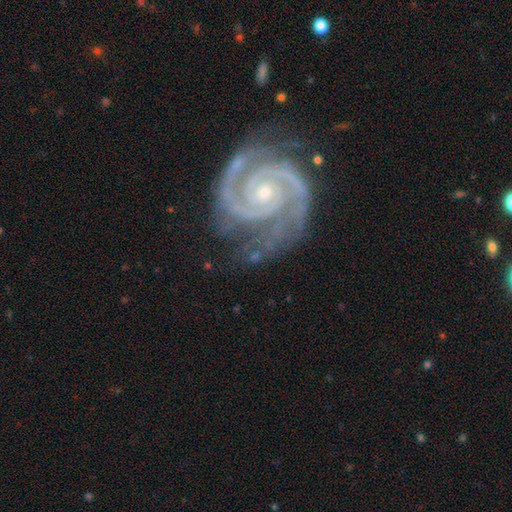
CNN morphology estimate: A featured or disk galaxy (92%) with no bar (72%), 2 (75%) tight (76%) spiral arms (99%) and a small central bulge (65%). Merging: none (65%).